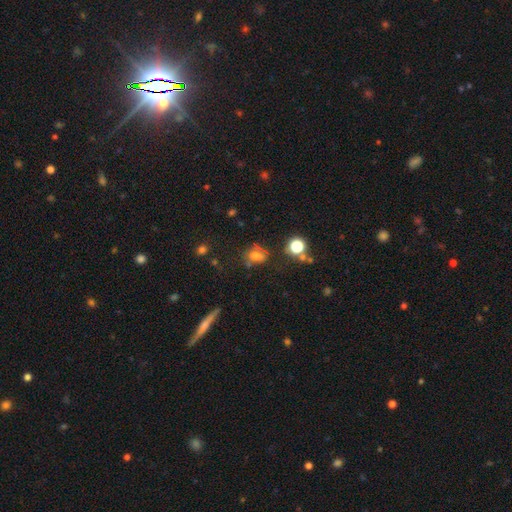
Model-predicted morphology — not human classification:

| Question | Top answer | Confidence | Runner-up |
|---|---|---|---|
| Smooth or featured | smooth | 56% | star or artifact (26%) |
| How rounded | in between | 50% | round (48%) |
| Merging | none | 52% | minor disturbance (21%) |